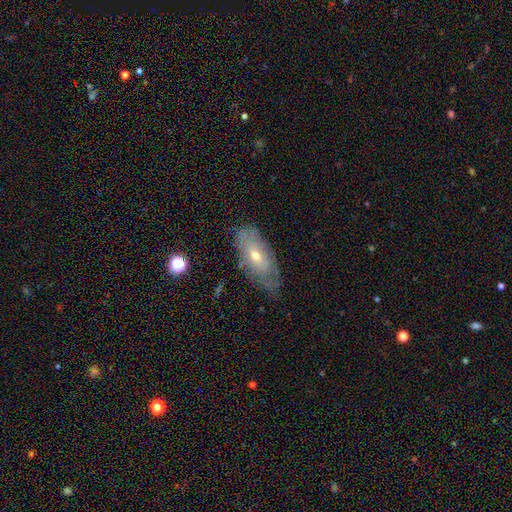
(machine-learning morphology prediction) Smooth or featured: featured or disk — 49% (smooth — 43%)
Merging: none — 60% (minor disturbance — 28%)